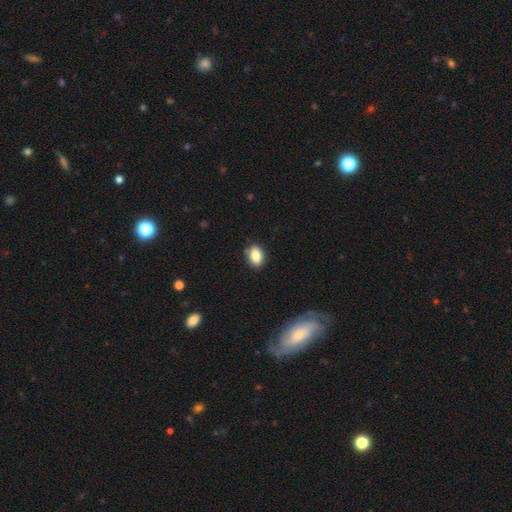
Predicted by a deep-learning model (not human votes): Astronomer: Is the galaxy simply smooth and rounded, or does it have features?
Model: smooth — 84%.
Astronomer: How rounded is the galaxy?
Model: in between — 83%.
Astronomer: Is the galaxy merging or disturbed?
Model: none — 86%.